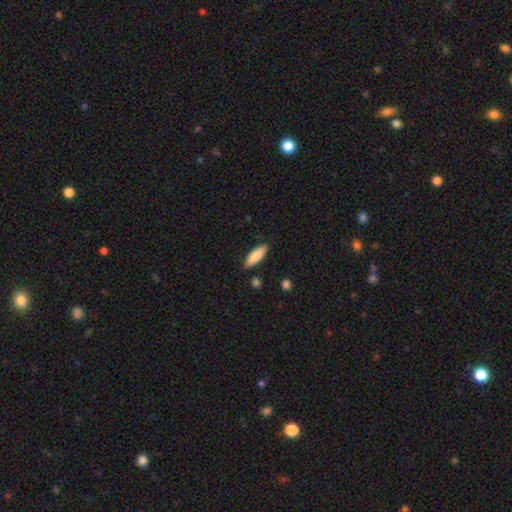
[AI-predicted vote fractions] A smooth galaxy with no disk features (83%) that is in between round and cigar-shaped (58%).

Vote fractions:
- Smooth or featured? smooth: 83% / featured or disk: 11% / star or artifact: 6%
- How rounded? in between: 58% / cigar-shaped: 41% / round: 2%
- Merging? none: 82% / minor disturbance: 13% / major disturbance: 2% / merger: 2%